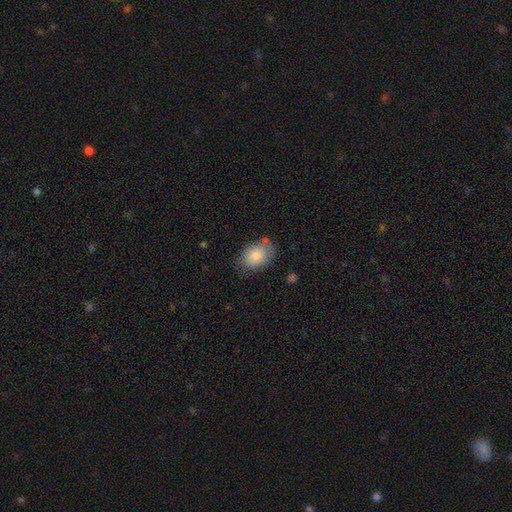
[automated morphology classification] Q: Smooth or featured?
A: smooth (82%); runner-up: featured or disk (11%)
Q: How rounded?
A: in between (81%); runner-up: round (18%)
Q: Merging?
A: none (66%); runner-up: minor disturbance (24%)